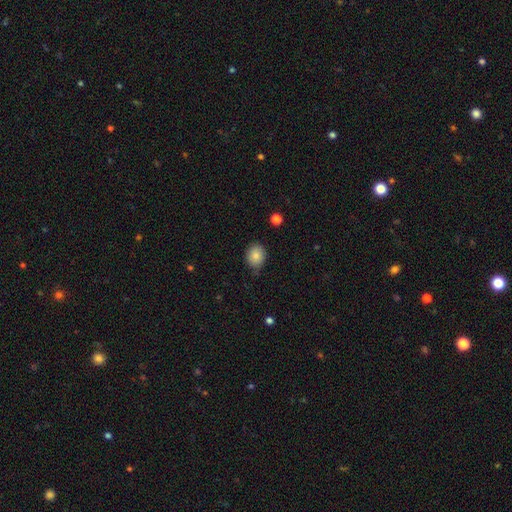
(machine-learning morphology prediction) This appears to be a smooth galaxy with no disk features (84%) that is round (54%). Merging: none (78%).